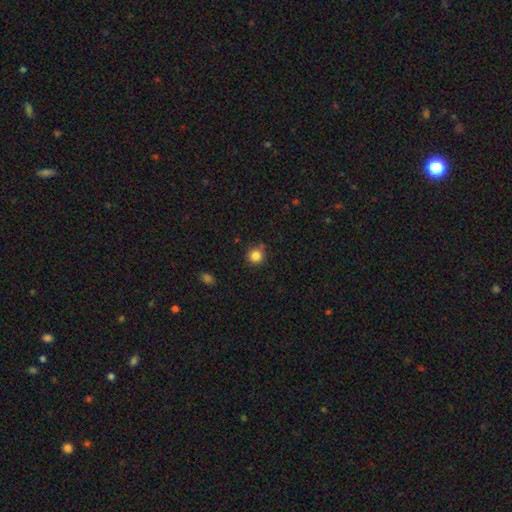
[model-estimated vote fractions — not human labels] smooth 84%, star or artifact 11%, featured or disk 5%. Down the decision tree: how rounded — round (93%); merging — none (83%).